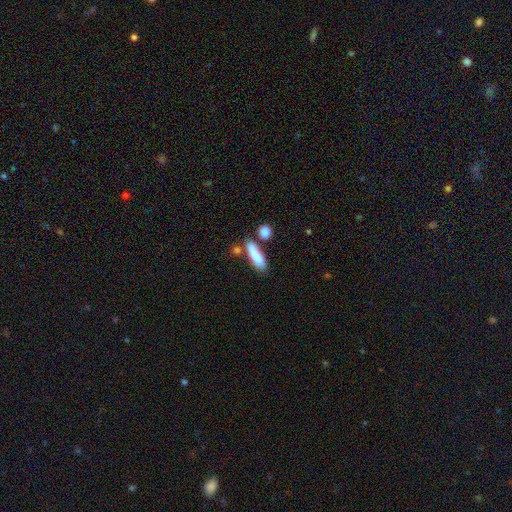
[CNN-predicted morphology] Overall: smooth (81%). How rounded: cigar-shaped (58%; in between 39%). Merging: none (56%; merger 20%).